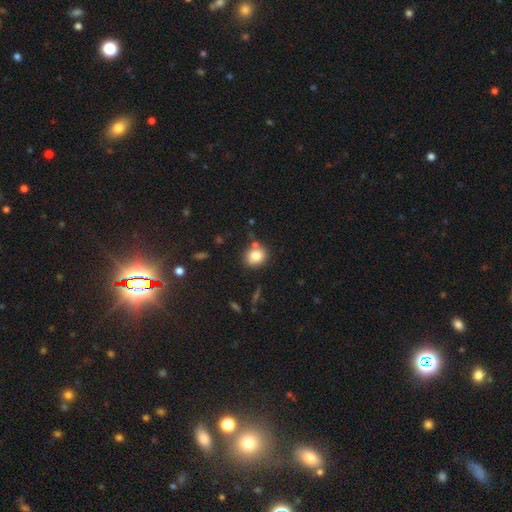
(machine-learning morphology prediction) type=smooth (79%); roundness=round (79%); merging=none (68%).